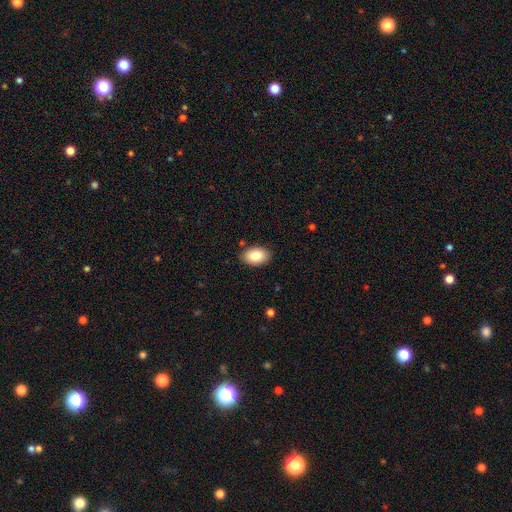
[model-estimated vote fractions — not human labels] Smooth or featured?
  - smooth: 84% *
  - featured or disk: 9%
  - star or artifact: 7%
How rounded?
  - in between: 89% *
  - round: 10%
  - cigar-shaped: 1%
Merging?
  - none: 87% *
  - minor disturbance: 10%
  - major disturbance: 2%
  - merger: 1%